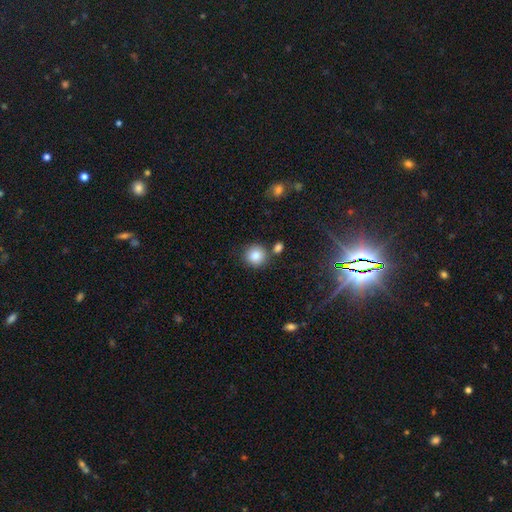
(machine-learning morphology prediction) Smooth or featured? Predicted: smooth (p=0.85). How rounded? Predicted: round (p=0.90). Merging? Predicted: none (p=0.75).